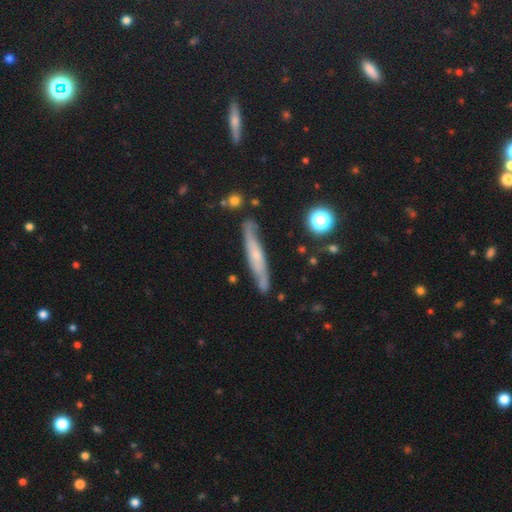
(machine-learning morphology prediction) Smooth or featured? Predicted: featured or disk (p=0.60). Edge-on disk? Predicted: yes (p=0.67). Merging? Predicted: none (p=0.78).